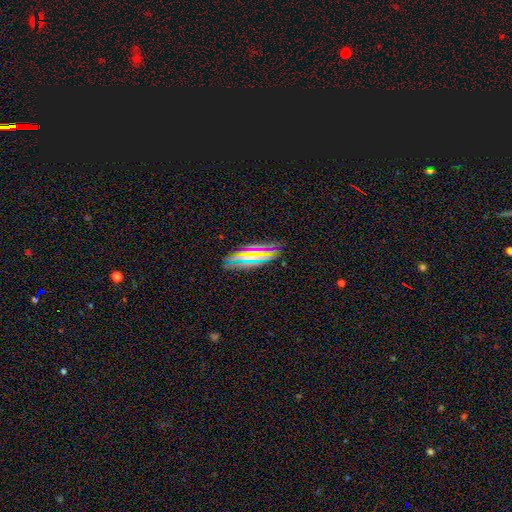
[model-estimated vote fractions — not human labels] This appears to be a smooth galaxy with no disk features (54%) that is in between round and cigar-shaped (65%). Merging: none (81%).